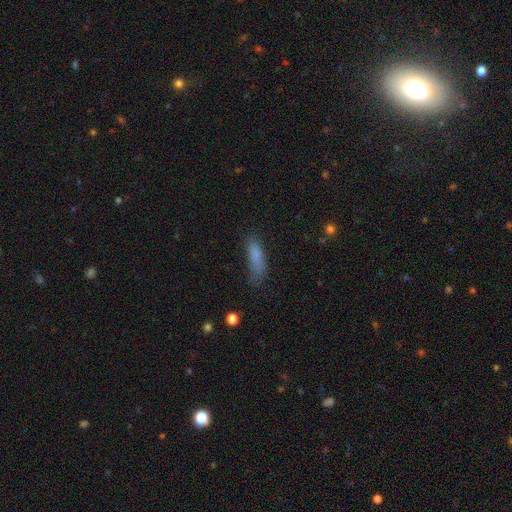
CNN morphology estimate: The model was most divided on "how rounded": cigar-shaped: 54%, in between: 44%, round: 2%. More confident: smooth or featured — smooth (79%); merging — none (52%).